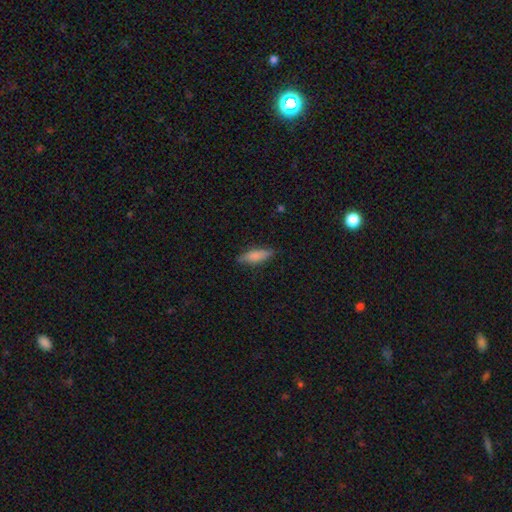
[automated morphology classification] Smooth or featured: smooth — 76% (featured or disk — 17%)
How rounded: cigar-shaped — 51% (in between — 47%)
Merging: none — 81% (minor disturbance — 15%)